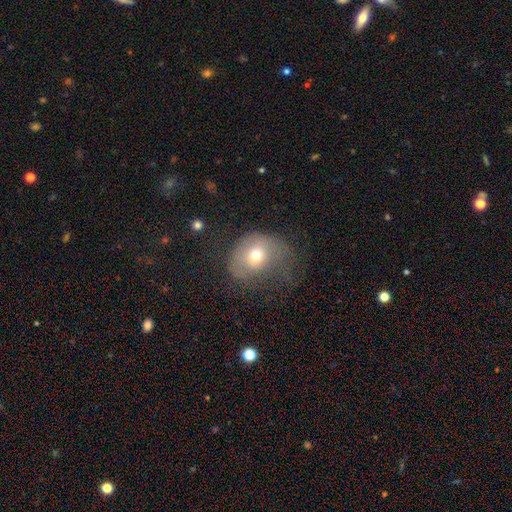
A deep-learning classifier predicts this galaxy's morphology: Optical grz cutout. It shows a smooth galaxy with no disk features (62%) that is round (53%). Merging: major disturbance (37%).